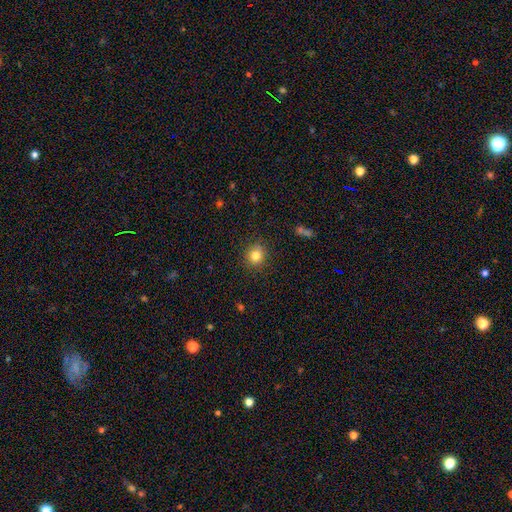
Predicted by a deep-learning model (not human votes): A smooth galaxy with no disk features (81%) that is round (86%).

Vote fractions:
- Smooth or featured? smooth: 81% / star or artifact: 12% / featured or disk: 7%
- How rounded? round: 86% / in between: 13% / cigar-shaped: 1%
- Merging? none: 88% / minor disturbance: 8% / major disturbance: 3% / merger: 1%